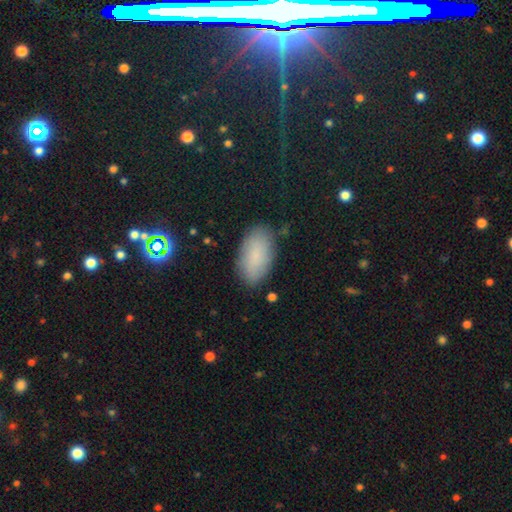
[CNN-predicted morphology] type=smooth (79%); roundness=in between (94%); merging=none (83%).